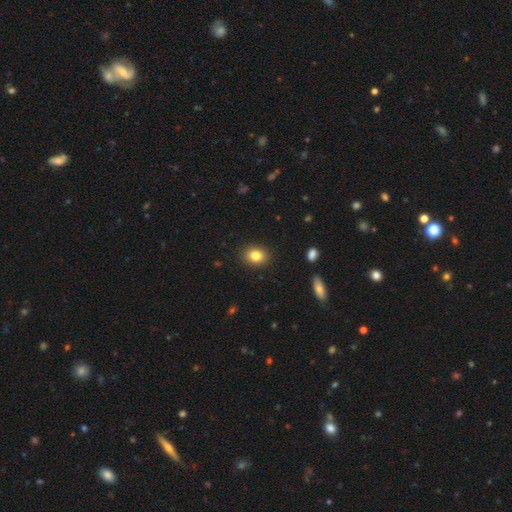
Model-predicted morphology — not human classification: The model was most divided on "how rounded": in between: 57%, round: 42%, cigar-shaped: 1%. More confident: merging — none (89%); smooth or featured — smooth (83%).